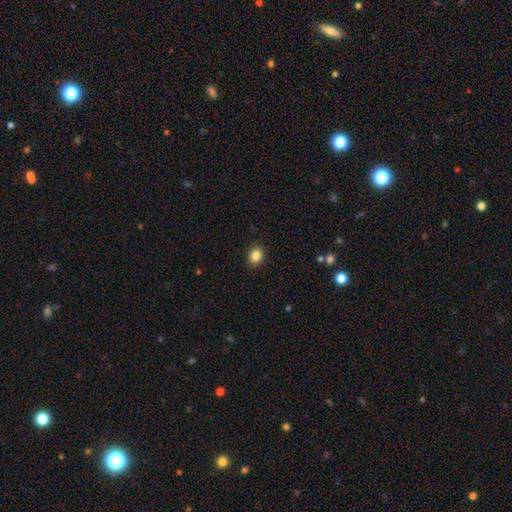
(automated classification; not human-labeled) smooth-or-featured: smooth: 84% | star or artifact: 10% | featured or disk: 5%
  how-rounded: round: 57% | in between: 42% | cigar-shaped: 1%
  merging: none: 90% | minor disturbance: 8% | major disturbance: 2% | merger: 1%